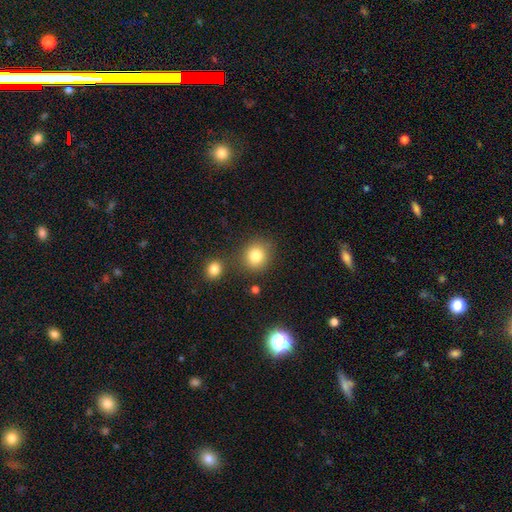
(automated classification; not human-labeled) This appears to be a smooth galaxy with no disk features (82%) that is round (85%). Merging: none (77%).